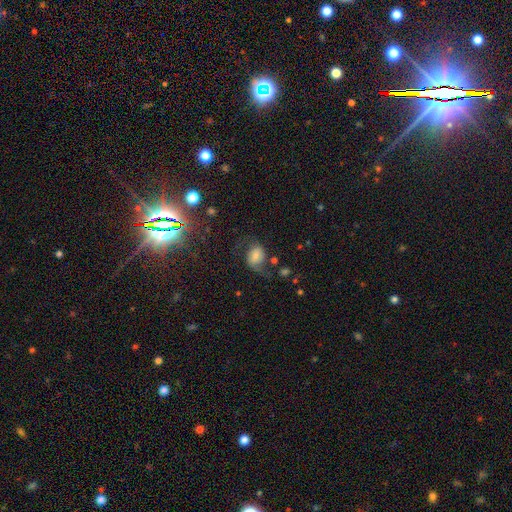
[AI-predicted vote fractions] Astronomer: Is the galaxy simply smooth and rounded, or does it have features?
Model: smooth — 45% (runner-up: featured or disk, 43%).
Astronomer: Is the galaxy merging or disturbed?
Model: none — 50%.